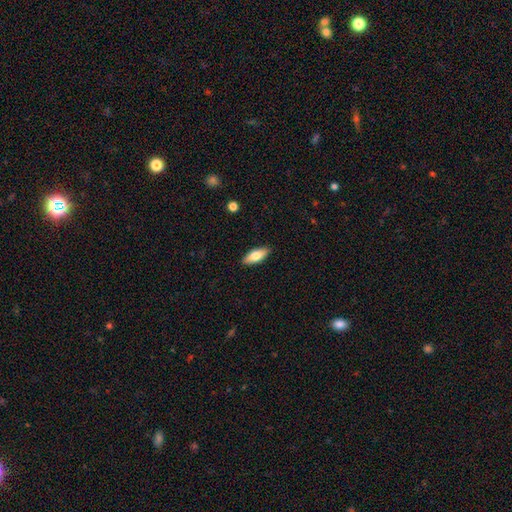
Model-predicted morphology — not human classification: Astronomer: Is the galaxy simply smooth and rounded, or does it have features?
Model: smooth — 70%.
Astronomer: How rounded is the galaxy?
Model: in between — 73%.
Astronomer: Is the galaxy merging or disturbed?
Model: none — 88%.